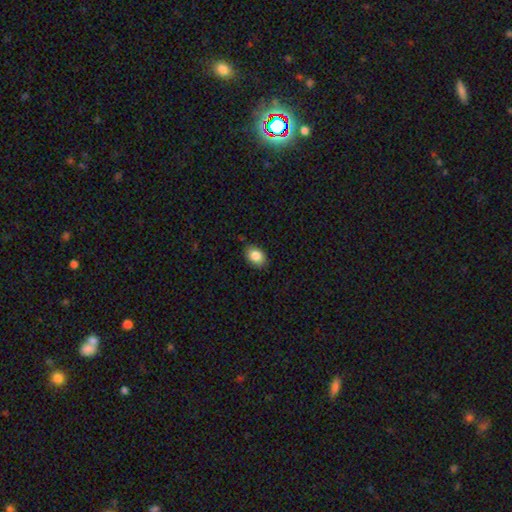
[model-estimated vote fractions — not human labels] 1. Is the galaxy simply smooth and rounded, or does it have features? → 85% smooth, 8% star or artifact, 7% featured or disk.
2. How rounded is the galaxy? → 76% in between, 23% round, 1% cigar-shaped.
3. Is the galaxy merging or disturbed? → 84% none, 13% minor disturbance, 2% major disturbance, 1% merger.